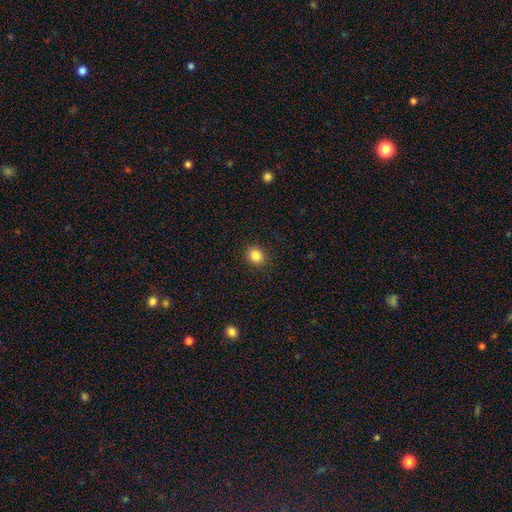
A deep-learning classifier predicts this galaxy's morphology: type=smooth (85%); roundness=round (69%); merging=none (89%).